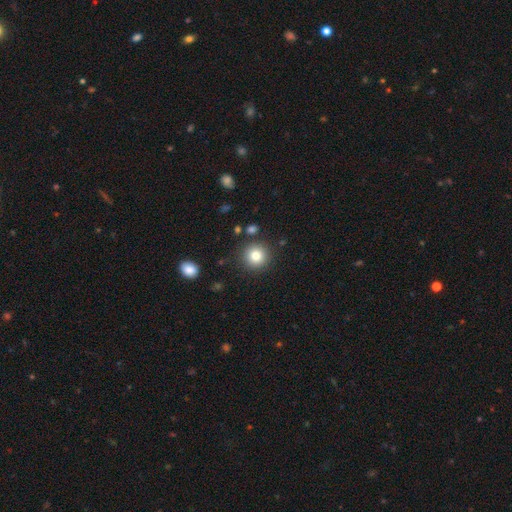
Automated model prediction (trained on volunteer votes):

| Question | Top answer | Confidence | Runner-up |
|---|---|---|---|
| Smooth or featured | smooth | 82% | star or artifact (11%) |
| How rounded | round | 94% | in between (5%) |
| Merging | none | 87% | minor disturbance (7%) |